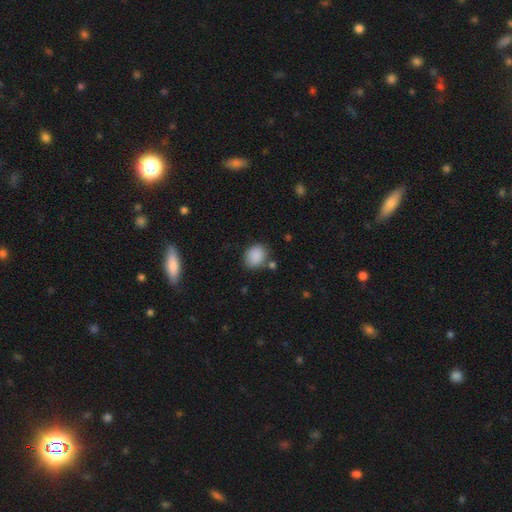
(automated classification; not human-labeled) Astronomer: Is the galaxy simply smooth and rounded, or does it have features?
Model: smooth — 88%.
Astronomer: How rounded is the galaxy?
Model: in between — 50% (runner-up: round, 49%).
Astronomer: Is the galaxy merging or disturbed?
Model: none — 75%.